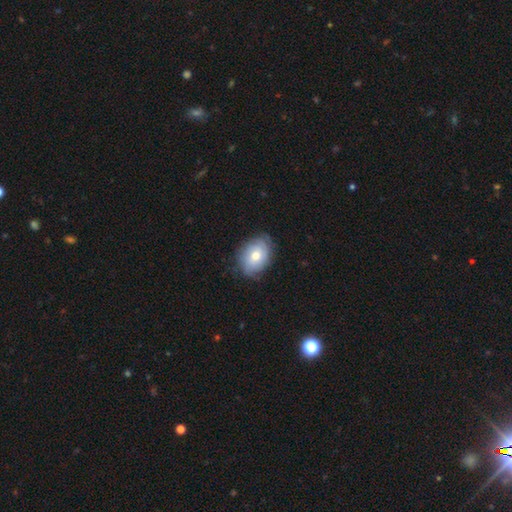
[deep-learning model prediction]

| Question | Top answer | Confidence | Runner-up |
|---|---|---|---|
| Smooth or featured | smooth | 61% | featured or disk (31%) |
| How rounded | in between | 73% | round (26%) |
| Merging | none | 76% | minor disturbance (19%) |